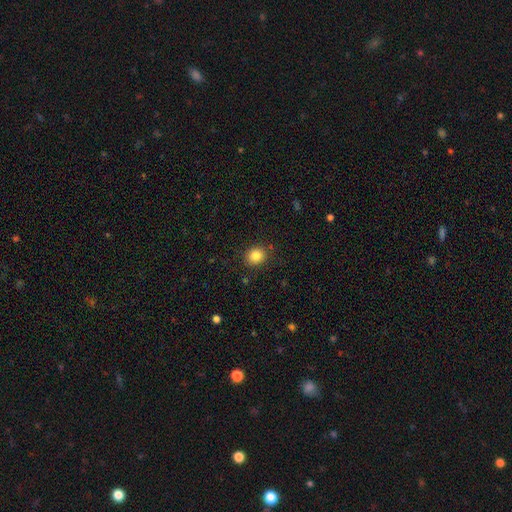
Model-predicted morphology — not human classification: Smooth or featured? smooth (84%)
How rounded? round (72%)
Merging? none (87%)